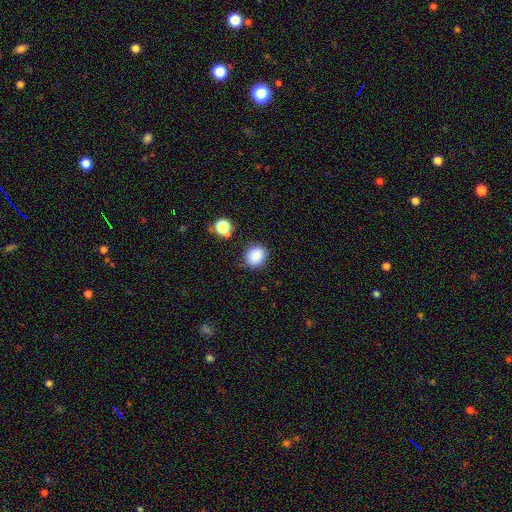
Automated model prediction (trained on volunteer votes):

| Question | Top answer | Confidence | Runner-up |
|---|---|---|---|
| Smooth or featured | smooth | 85% | star or artifact (11%) |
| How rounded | round | 78% | in between (21%) |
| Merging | none | 84% | minor disturbance (10%) |